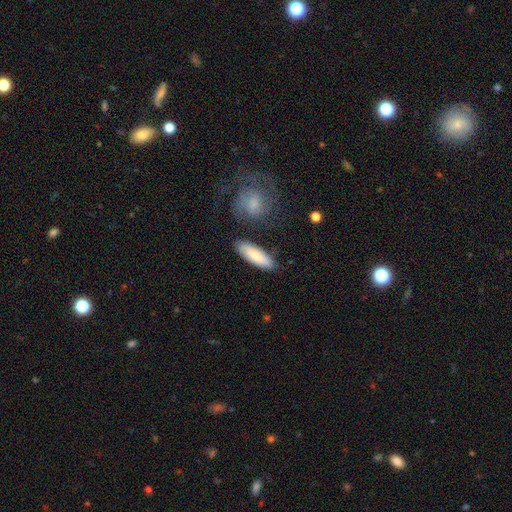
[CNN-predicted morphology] smooth_or_featured: smooth (p=0.80) [alt: featured or disk p=0.14]
how_rounded: in between (p=0.54) [alt: cigar-shaped p=0.44]
merging: none (p=0.80) [alt: minor disturbance p=0.12]